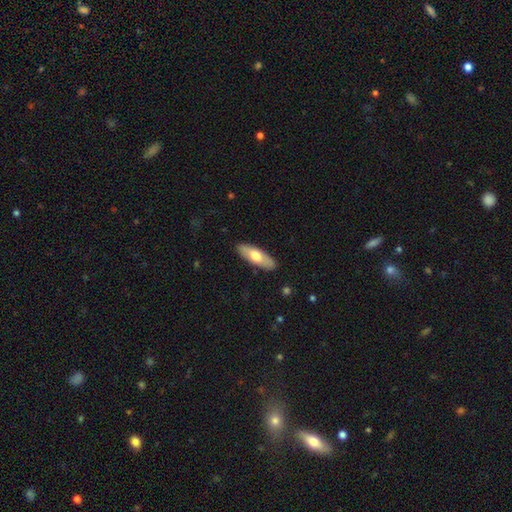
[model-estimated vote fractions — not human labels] The model was most divided on "how rounded": in between: 64%, cigar-shaped: 33%, round: 2%. More confident: merging — none (88%); smooth or featured — smooth (64%).